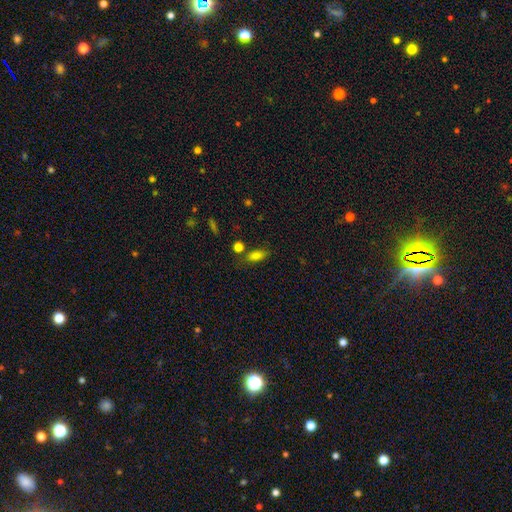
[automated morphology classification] This is clearly a smooth galaxy (81%). How rounded: likely in between (80%). Merging: likely none (64%).